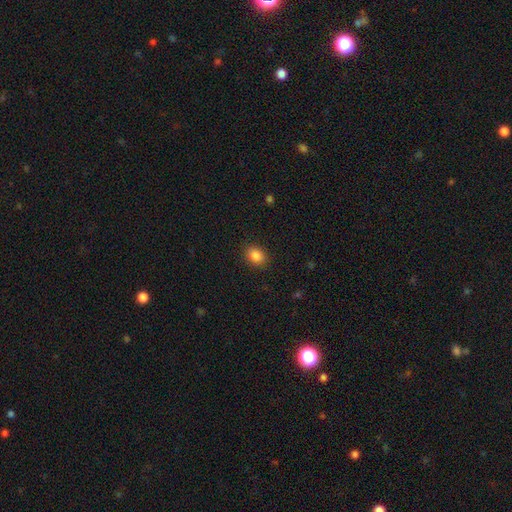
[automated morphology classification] This is clearly a smooth galaxy (86%). How rounded: likely in between (66%). Merging: clearly none (89%).